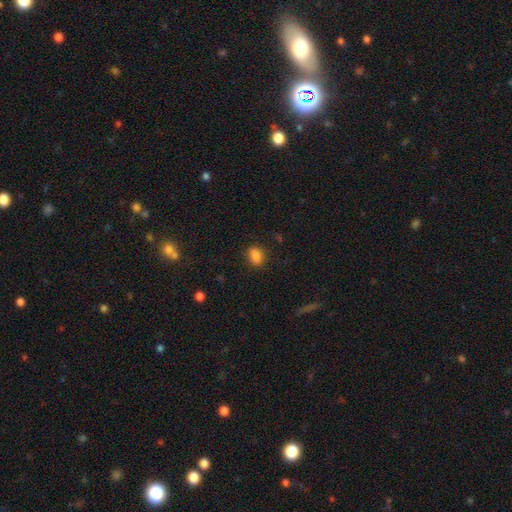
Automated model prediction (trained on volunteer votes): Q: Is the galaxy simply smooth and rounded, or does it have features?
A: smooth — 85%.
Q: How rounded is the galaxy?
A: in between — 70%.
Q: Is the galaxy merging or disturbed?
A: none — 82%.